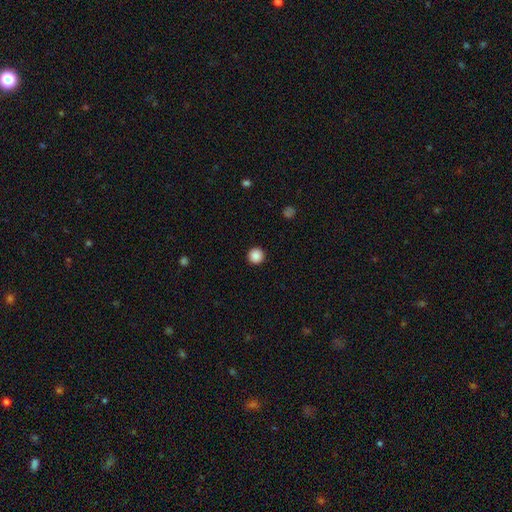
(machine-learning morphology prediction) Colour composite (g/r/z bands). It shows a smooth galaxy with no disk features (88%) that is round (96%). Merging: none (93%).